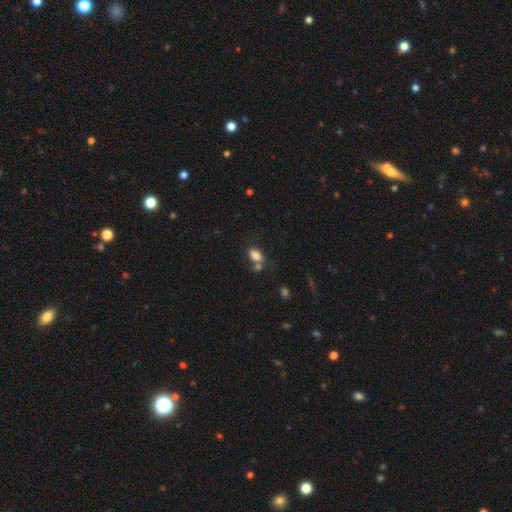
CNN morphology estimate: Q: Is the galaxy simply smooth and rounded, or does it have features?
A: smooth — 81%.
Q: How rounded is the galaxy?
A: in between — 84%.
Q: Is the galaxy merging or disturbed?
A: none — 50%.